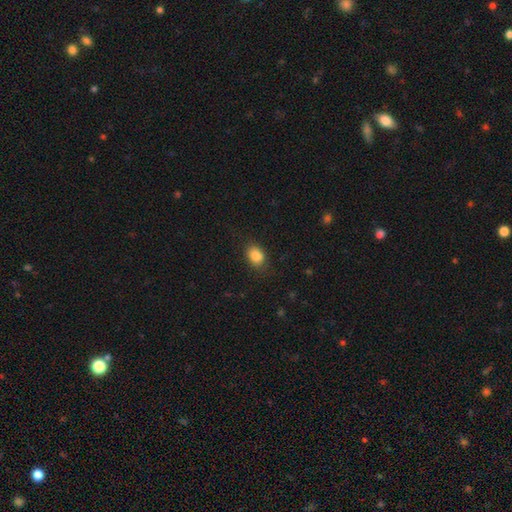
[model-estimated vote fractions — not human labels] A smooth galaxy with no disk features (86%) that is in between round and cigar-shaped (72%). Merging: none (76%).